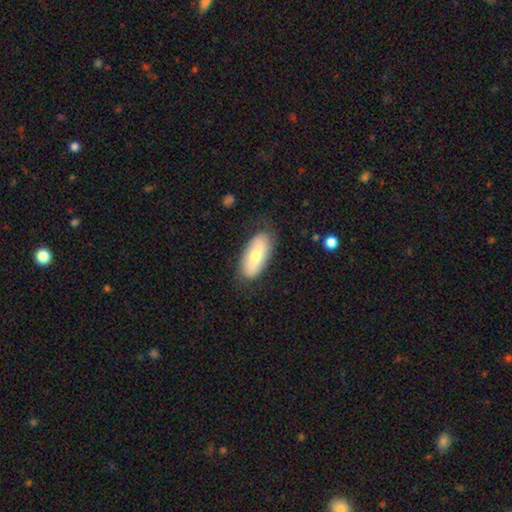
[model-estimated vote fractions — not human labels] This is likely a smooth galaxy (62%). How rounded: clearly in between (87%). Merging: likely none (75%).